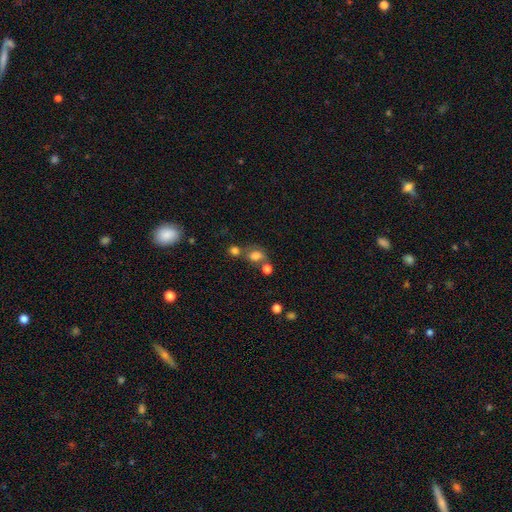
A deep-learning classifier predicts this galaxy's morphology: Smooth or featured? smooth (74%)
How rounded? in between (60%)
Merging? none (46%)